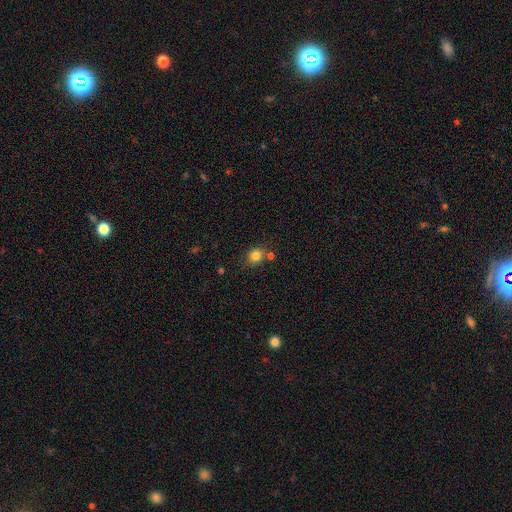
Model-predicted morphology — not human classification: smooth_or_featured: smooth (p=0.82) [alt: star or artifact p=0.12]
how_rounded: round (p=0.65) [alt: in between p=0.34]
merging: none (p=0.70) [alt: merger p=0.15]